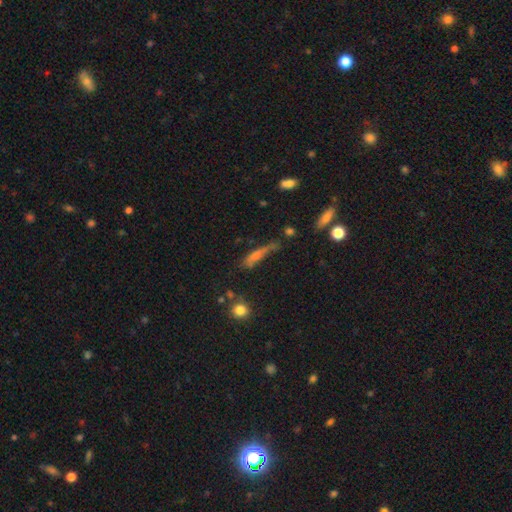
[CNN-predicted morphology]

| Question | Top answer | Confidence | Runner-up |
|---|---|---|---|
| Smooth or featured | smooth | 49% | featured or disk (36%) |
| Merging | none | 45% | minor disturbance (26%) |